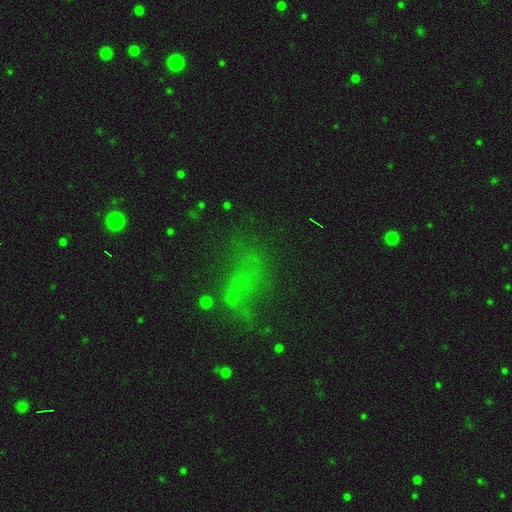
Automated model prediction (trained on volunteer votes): This is marginally a star or artifact rather than a galaxy (40%).